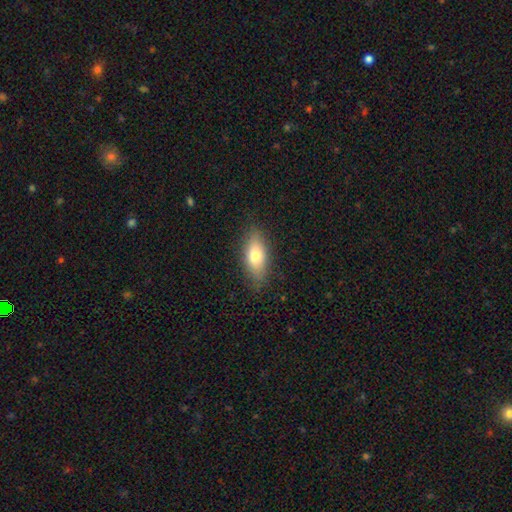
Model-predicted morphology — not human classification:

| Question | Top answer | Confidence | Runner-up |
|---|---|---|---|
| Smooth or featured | smooth | 74% | featured or disk (19%) |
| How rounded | in between | 79% | cigar-shaped (16%) |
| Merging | none | 84% | minor disturbance (12%) |